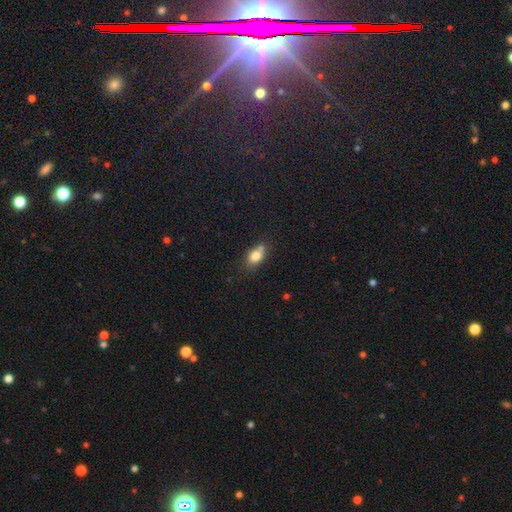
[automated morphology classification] smooth 80%, featured or disk 10%, star or artifact 10%. Down the decision tree: how rounded — in between (74%); merging — none (55%).